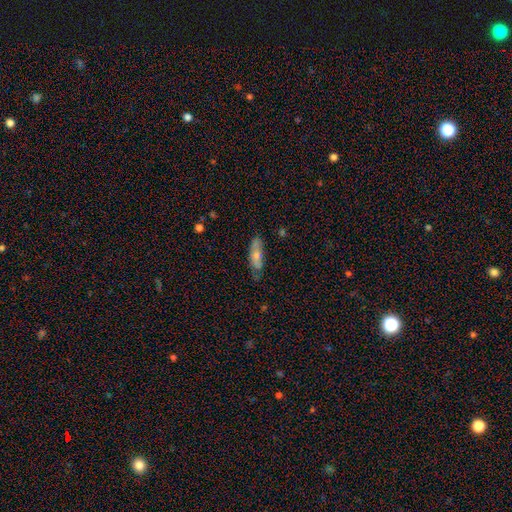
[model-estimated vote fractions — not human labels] A smooth galaxy with no disk features (65%) that is in between round and cigar-shaped (53%).

Vote fractions:
- Smooth or featured? smooth: 65% / featured or disk: 27% / star or artifact: 7%
- How rounded? in between: 53% / cigar-shaped: 45% / round: 2%
- Merging? none: 64% / minor disturbance: 25% / major disturbance: 6% / merger: 4%